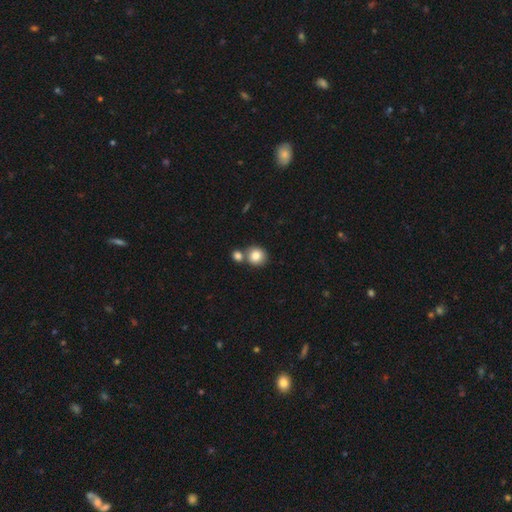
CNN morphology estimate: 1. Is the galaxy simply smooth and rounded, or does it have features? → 82% smooth, 9% star or artifact, 9% featured or disk.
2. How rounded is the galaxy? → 86% round, 13% in between, 1% cigar-shaped.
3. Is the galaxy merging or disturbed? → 59% none, 30% merger, 8% minor disturbance, 2% major disturbance.